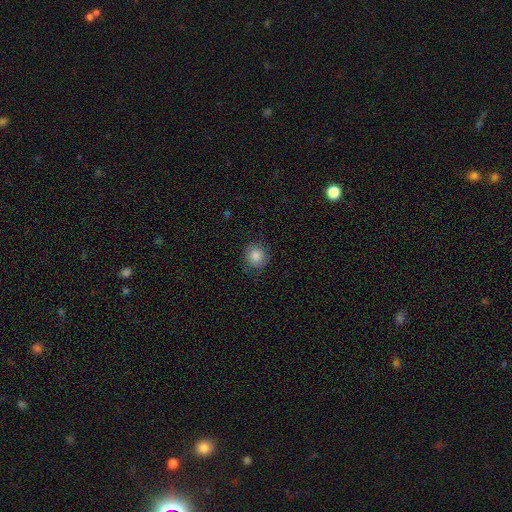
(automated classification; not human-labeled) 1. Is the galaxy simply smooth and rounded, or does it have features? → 84% smooth, 9% star or artifact, 7% featured or disk.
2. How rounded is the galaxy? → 90% round, 9% in between, 1% cigar-shaped.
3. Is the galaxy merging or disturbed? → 81% none, 14% minor disturbance, 4% major disturbance, 1% merger.